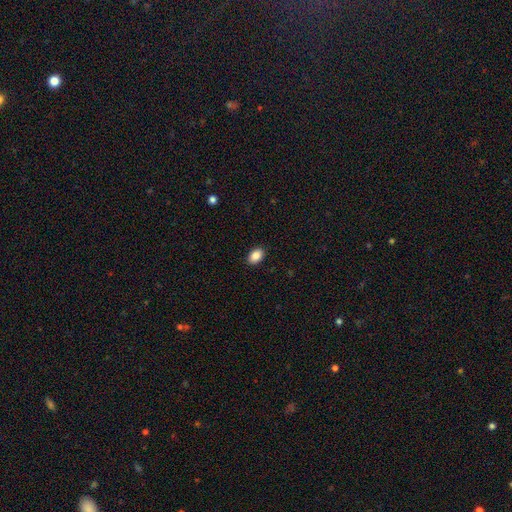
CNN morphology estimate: smooth 88%, star or artifact 8%, featured or disk 4%. Down the decision tree: how rounded — in between (86%); merging — none (90%).